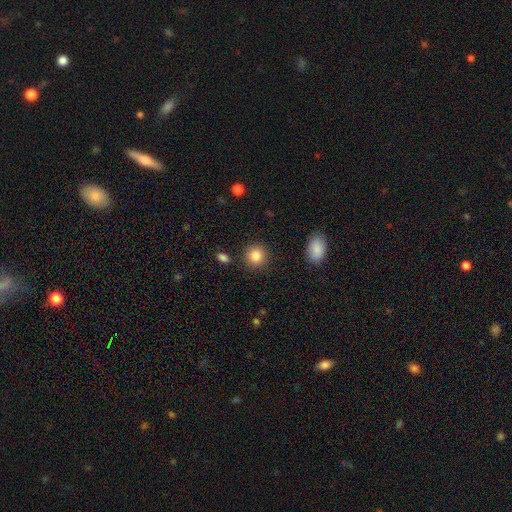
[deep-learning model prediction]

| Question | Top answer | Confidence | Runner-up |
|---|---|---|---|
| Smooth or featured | smooth | 85% | star or artifact (9%) |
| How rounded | round | 90% | in between (9%) |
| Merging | none | 89% | minor disturbance (6%) |